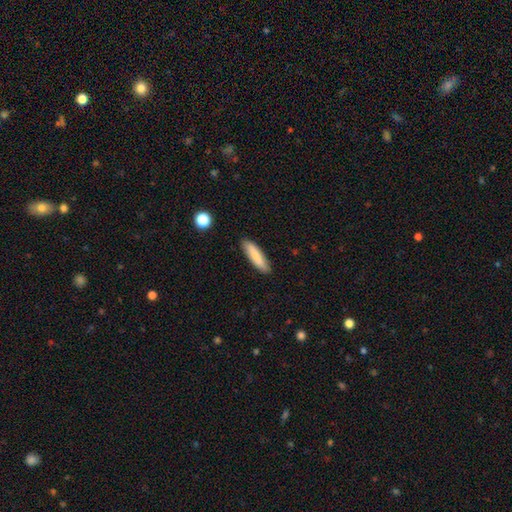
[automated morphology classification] Q: Smooth or featured?
A: smooth (81%); runner-up: featured or disk (13%)
Q: How rounded?
A: cigar-shaped (70%); runner-up: in between (28%)
Q: Merging?
A: none (89%); runner-up: minor disturbance (8%)